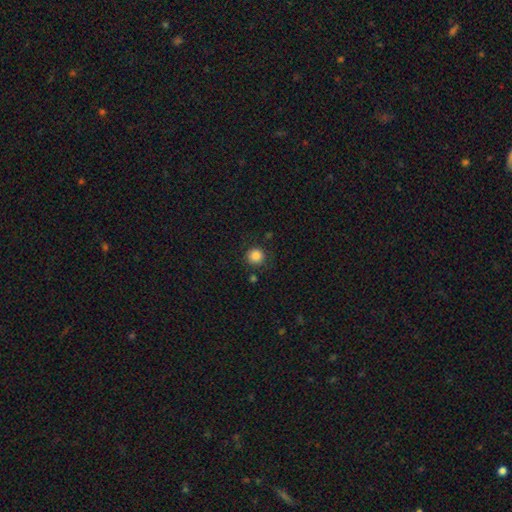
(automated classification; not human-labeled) The model was most divided on "smooth or featured": smooth: 86%, star or artifact: 10%, featured or disk: 4%. More confident: how rounded — round (94%); merging — none (86%).